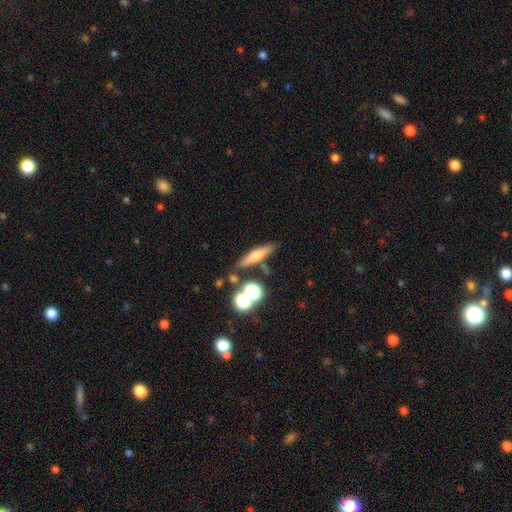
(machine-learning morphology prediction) Q: Smooth or featured?
A: smooth (53%); runner-up: featured or disk (35%)
Q: How rounded?
A: cigar-shaped (71%); runner-up: in between (18%)
Q: Merging?
A: none (76%); runner-up: minor disturbance (11%)